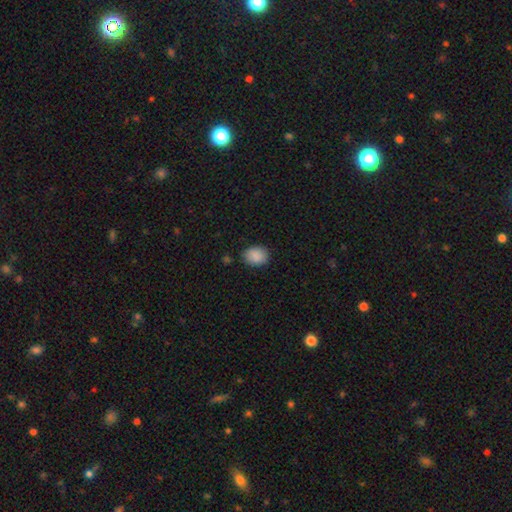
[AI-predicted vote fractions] Morphology: type=smooth (89%); roundness=in between (55%); merging=none (82%).